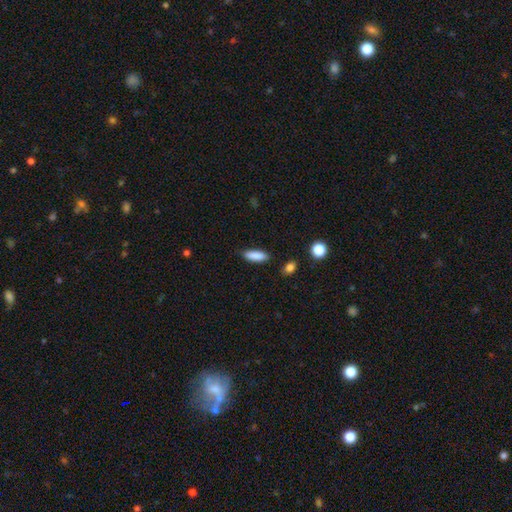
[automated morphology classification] Overall: smooth (88%). How rounded: in between (51%; cigar-shaped 47%). Merging: none (86%).